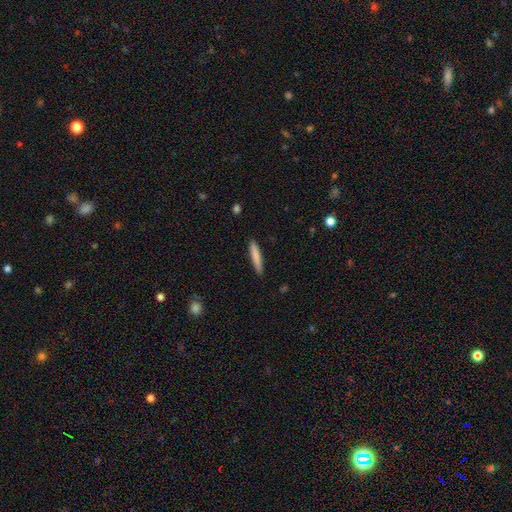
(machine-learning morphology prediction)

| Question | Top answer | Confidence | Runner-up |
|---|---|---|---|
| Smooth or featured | smooth | 80% | featured or disk (14%) |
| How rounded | cigar-shaped | 93% | in between (5%) |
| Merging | none | 89% | minor disturbance (8%) |